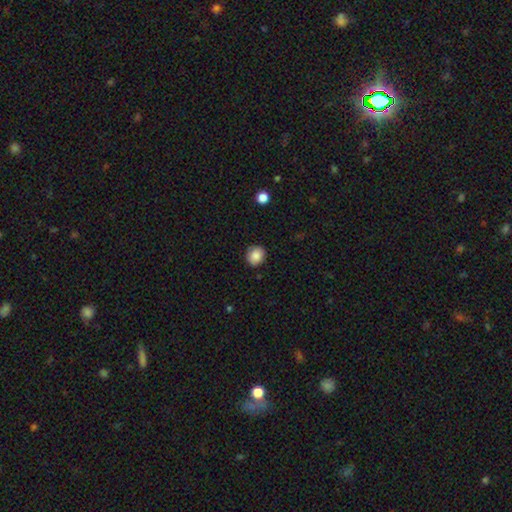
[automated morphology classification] Smooth or featured? smooth (87%)
How rounded? round (75%)
Merging? none (87%)